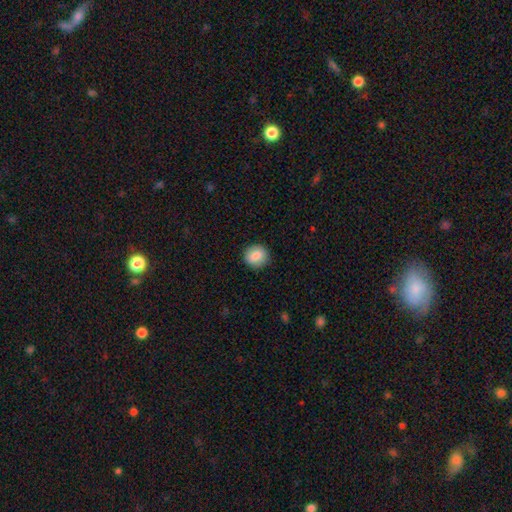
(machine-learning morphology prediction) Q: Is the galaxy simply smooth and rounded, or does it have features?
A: smooth — 85%.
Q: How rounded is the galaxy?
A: round — 86%.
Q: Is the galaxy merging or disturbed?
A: none — 90%.